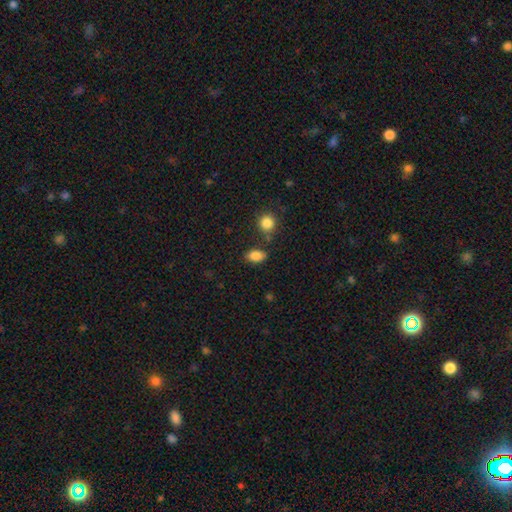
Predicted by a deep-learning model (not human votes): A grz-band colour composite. It shows a smooth galaxy with no disk features (86%) that is in between round and cigar-shaped (86%). Merging: none (77%).